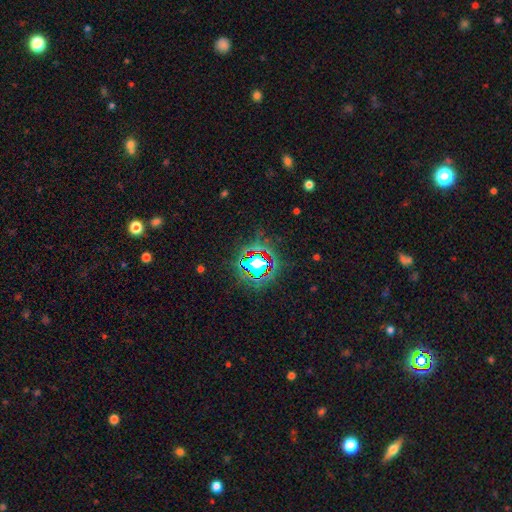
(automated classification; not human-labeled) star or artifact 79%, smooth 12%, featured or disk 9%.